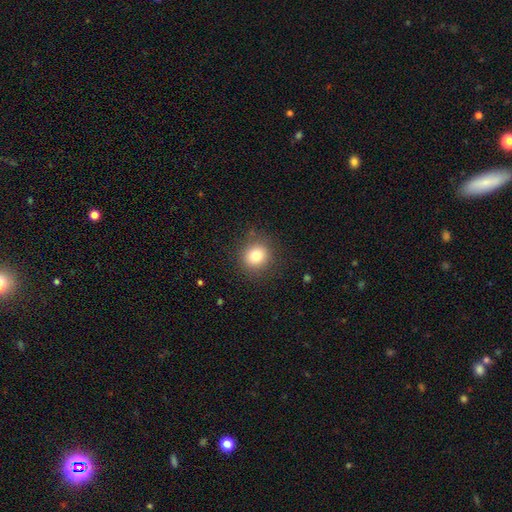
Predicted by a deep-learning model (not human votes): Morphology: type=smooth (81%); roundness=round (87%); merging=none (87%).